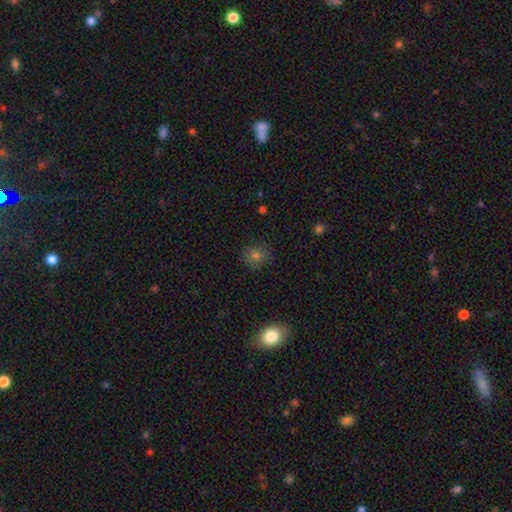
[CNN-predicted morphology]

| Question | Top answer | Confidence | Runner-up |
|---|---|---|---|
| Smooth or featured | smooth | 76% | star or artifact (15%) |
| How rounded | round | 88% | in between (11%) |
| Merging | none | 86% | minor disturbance (10%) |